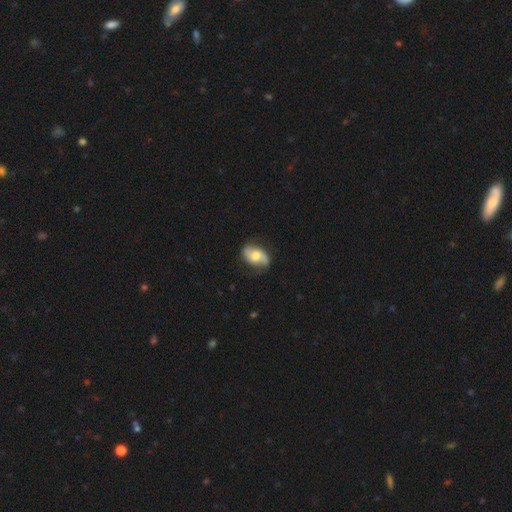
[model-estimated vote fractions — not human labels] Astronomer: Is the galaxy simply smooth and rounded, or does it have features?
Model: featured or disk — 64%.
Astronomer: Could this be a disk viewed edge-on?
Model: no — 96%.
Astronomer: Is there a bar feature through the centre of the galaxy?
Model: no — 59%.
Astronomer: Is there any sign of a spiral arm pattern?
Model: yes — 91%.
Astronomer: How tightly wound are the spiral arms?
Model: loose — 50% (runner-up: medium, 35%).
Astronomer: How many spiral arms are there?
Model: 2 — 88%.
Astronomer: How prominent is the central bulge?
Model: moderate — 61%.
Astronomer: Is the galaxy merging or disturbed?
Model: none — 73%.